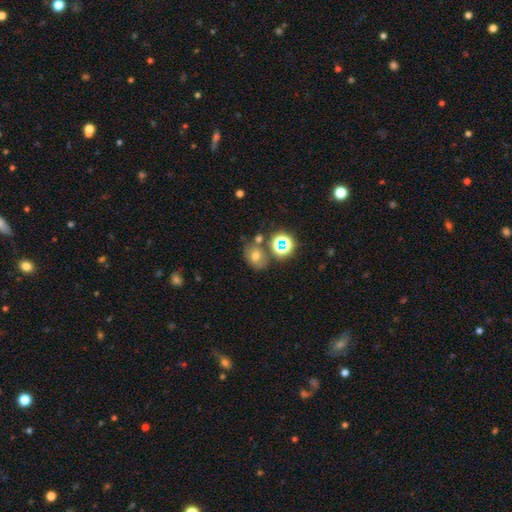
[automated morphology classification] Smooth or featured?
  - smooth: 55% *
  - star or artifact: 28%
  - featured or disk: 17%
How rounded?
  - in between: 51% *
  - round: 48%
  - cigar-shaped: 1%
Merging?
  - none: 64% *
  - merger: 17%
  - minor disturbance: 14%
  - major disturbance: 6%